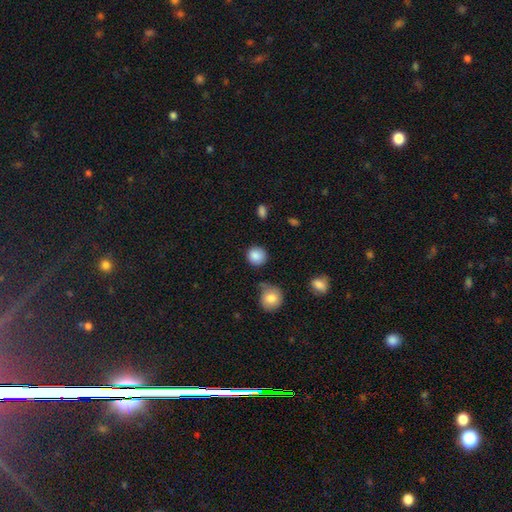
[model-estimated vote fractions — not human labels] A smooth galaxy with no disk features (86%) that is round (91%). Merging: none (80%).